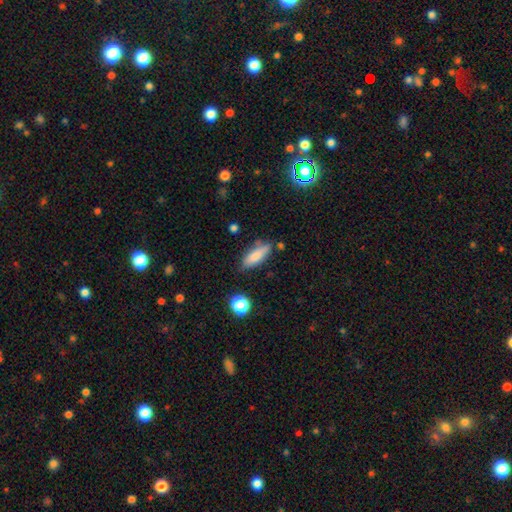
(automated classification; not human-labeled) This is likely a smooth galaxy (78%). How rounded: possibly in between (59%). Merging: likely none (72%).